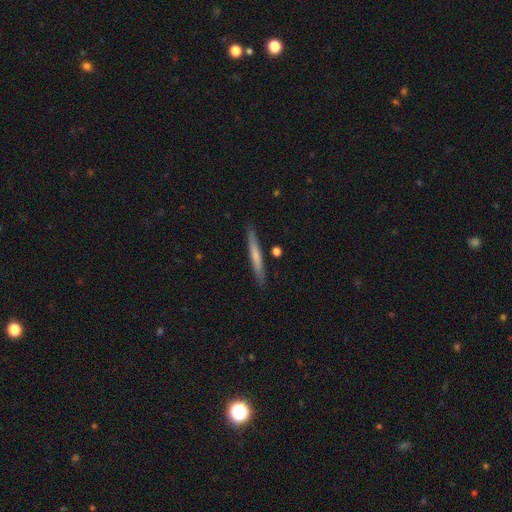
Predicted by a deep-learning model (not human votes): smooth_or_featured: smooth (p=0.61) [alt: featured or disk p=0.33]
how_rounded: cigar-shaped (p=0.96) [alt: in between p=0.03]
merging: none (p=0.89) [alt: minor disturbance p=0.08]